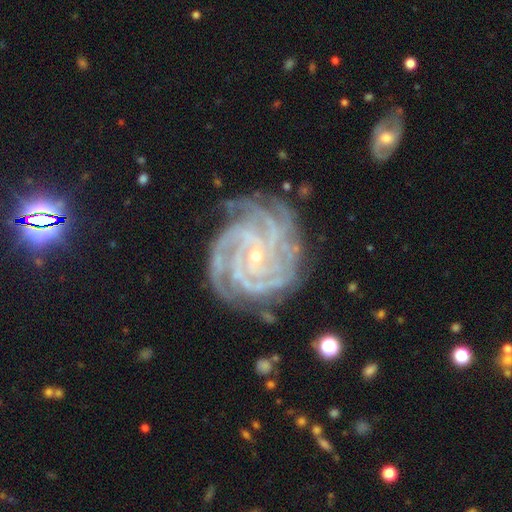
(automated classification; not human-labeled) A featured or disk galaxy (92%) with no bar (56%), 4 (35%) tight (80%) spiral arms (99%) and a small central bulge (79%).

Vote fractions:
- Smooth or featured? featured or disk: 92% / star or artifact: 5% / smooth: 3%
- Edge-on disk? no: 98% / yes: 2%
- Bar? no: 56% / weak: 29% / strong: 14%
- Spiral arms? yes: 99% / no: 1%
- Spiral winding? tight: 80% / medium: 18% / loose: 2%
- Spiral arm count? 4: 35% / more than 4: 23% / 3: 15% / can't tell: 12% / 2: 8% / 1: 7%
- Bulge size? small: 79% / moderate: 18% / none: 1% / large: 1% / dominant: 1%
- Merging? none: 77% / minor disturbance: 16% / major disturbance: 5% / merger: 2%